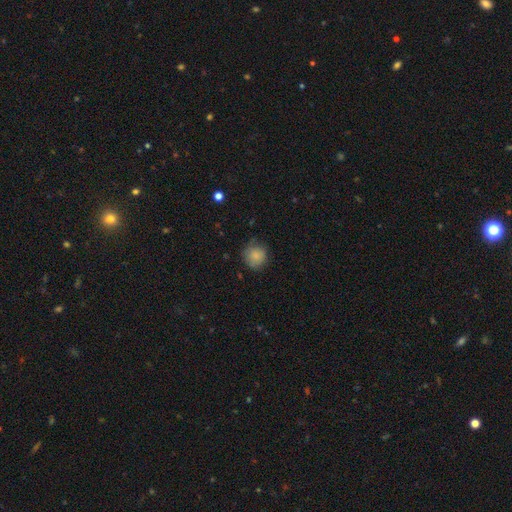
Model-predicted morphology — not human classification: A smooth galaxy with no disk features (84%) that is round (91%). Merging: none (76%).